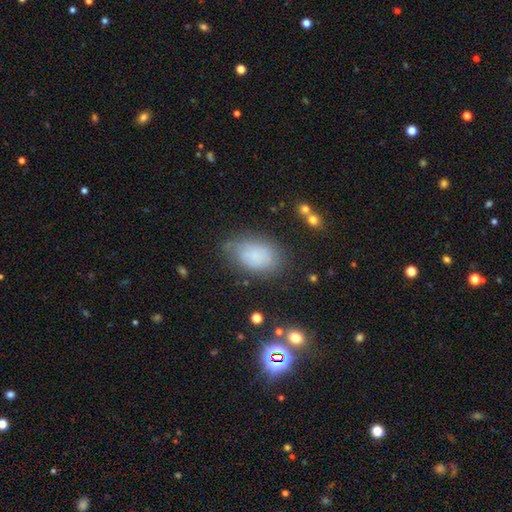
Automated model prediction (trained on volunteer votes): Smooth or featured? Predicted: smooth (p=0.67). How rounded? Predicted: in between (p=0.87). Merging? Predicted: none (p=0.58).